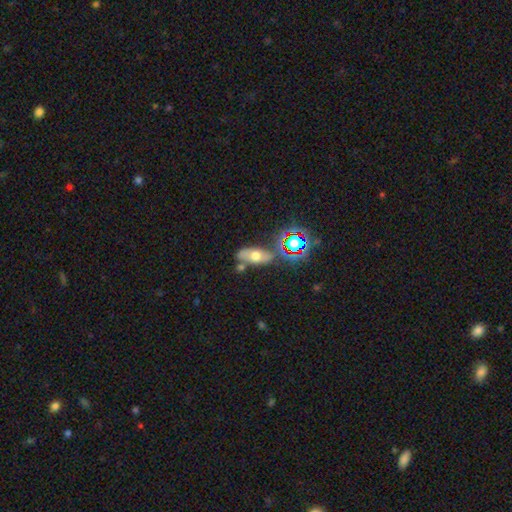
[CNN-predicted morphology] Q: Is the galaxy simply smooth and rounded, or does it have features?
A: smooth — 50%.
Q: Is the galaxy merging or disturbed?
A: none — 60%.